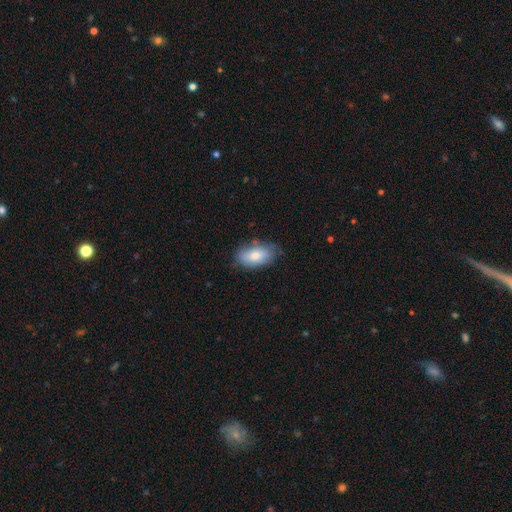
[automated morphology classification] Smooth or featured: smooth — 77% (featured or disk — 17%)
How rounded: in between — 92% (round — 5%)
Merging: none — 69% (minor disturbance — 24%)